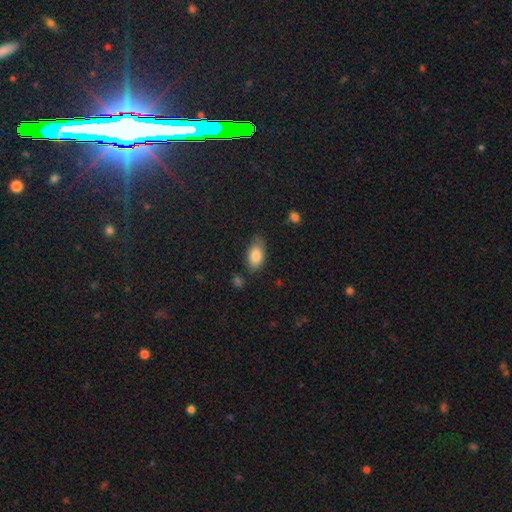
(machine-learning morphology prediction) Smooth or featured?
  - smooth: 85% *
  - featured or disk: 8%
  - star or artifact: 7%
How rounded?
  - in between: 91% *
  - round: 6%
  - cigar-shaped: 3%
Merging?
  - none: 65% *
  - minor disturbance: 26%
  - major disturbance: 6%
  - merger: 3%